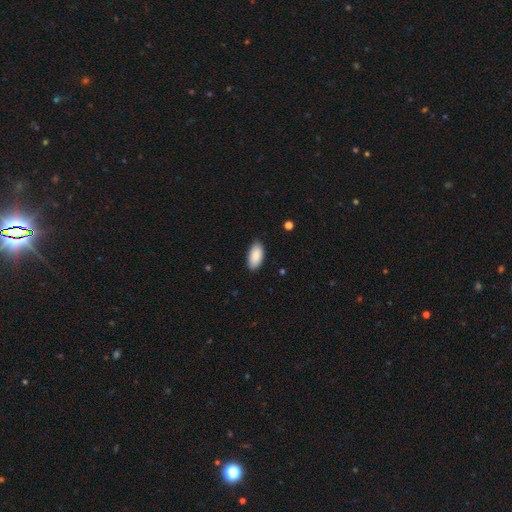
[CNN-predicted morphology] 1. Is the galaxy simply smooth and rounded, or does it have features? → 88% smooth, 6% star or artifact, 6% featured or disk.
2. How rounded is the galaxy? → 93% in between, 5% cigar-shaped, 2% round.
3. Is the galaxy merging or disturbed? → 86% none, 11% minor disturbance, 2% major disturbance, 1% merger.